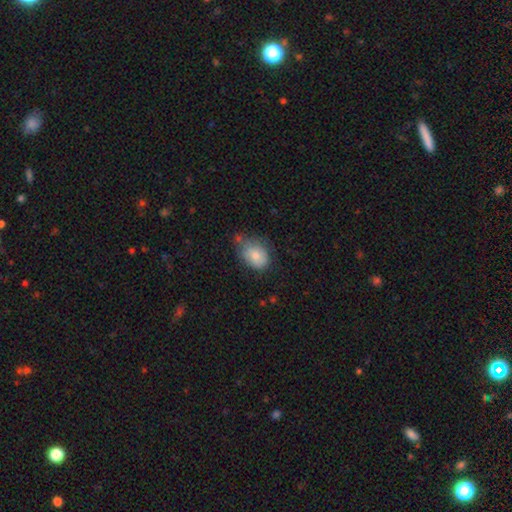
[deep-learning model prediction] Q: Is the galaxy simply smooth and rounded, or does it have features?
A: smooth — 77%.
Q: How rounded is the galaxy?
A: in between — 70%.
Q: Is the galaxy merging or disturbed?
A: none — 44%.